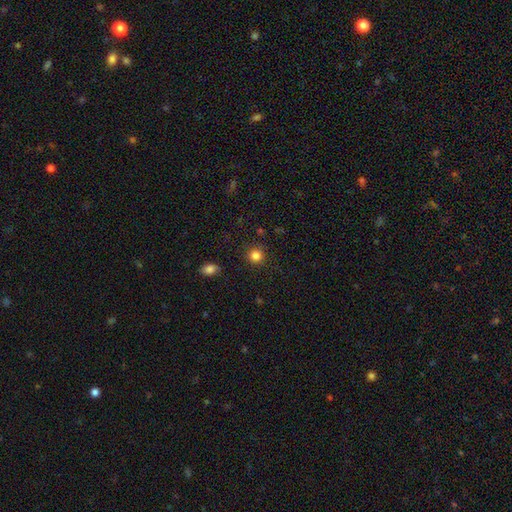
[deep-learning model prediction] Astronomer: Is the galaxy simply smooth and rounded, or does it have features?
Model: smooth — 84%.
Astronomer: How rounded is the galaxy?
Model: round — 92%.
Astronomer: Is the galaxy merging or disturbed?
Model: none — 89%.